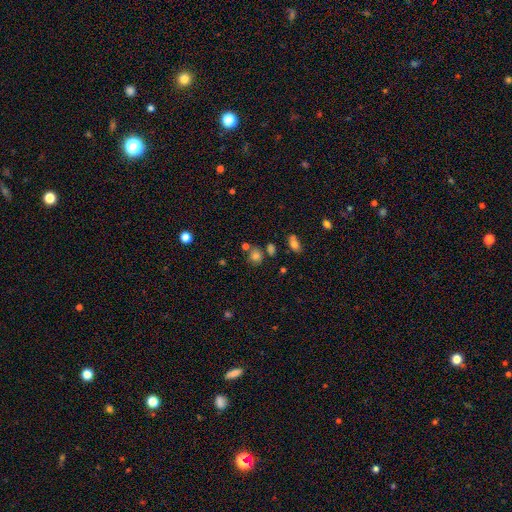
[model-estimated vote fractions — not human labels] smooth 76%, star or artifact 16%, featured or disk 8%. Down the decision tree: how rounded — round (78%); merging — none (66%).